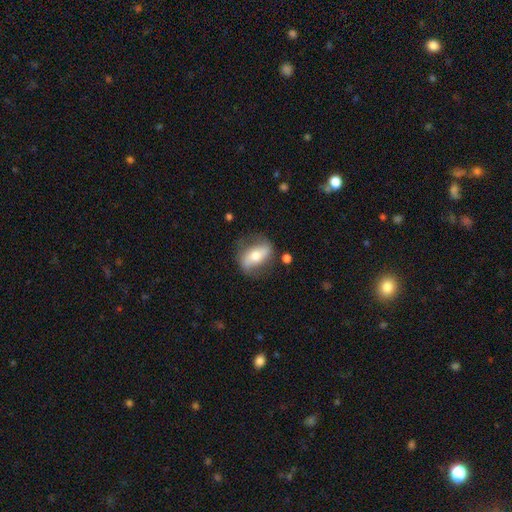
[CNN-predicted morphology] A featured or disk galaxy (52%).

Vote fractions:
- Smooth or featured? featured or disk: 52% / smooth: 41% / star or artifact: 6%
- Edge-on disk? no: 82% / yes: 18%
- Merging? none: 70% / minor disturbance: 19% / major disturbance: 8% / merger: 3%